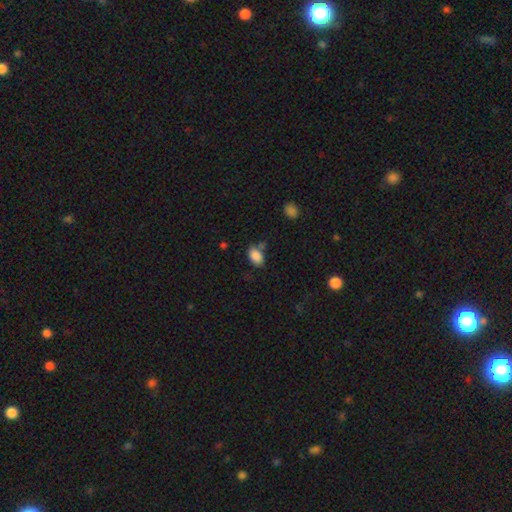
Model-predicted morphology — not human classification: A smooth galaxy with no disk features (86%) that is in between round and cigar-shaped (89%).

Vote fractions:
- Smooth or featured? smooth: 86% / star or artifact: 9% / featured or disk: 5%
- How rounded? in between: 89% / round: 10% / cigar-shaped: 2%
- Merging? none: 61% / minor disturbance: 20% / merger: 13% / major disturbance: 6%